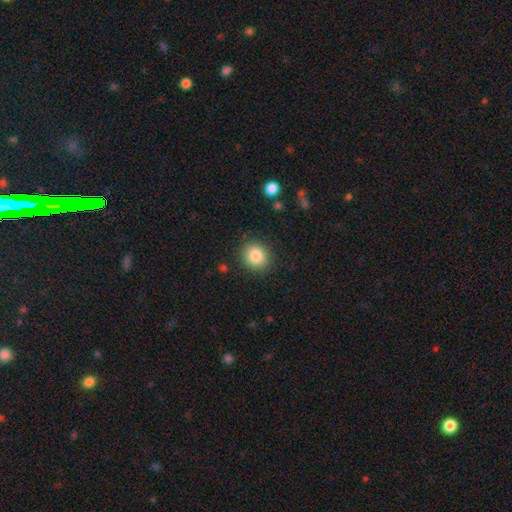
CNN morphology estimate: Smooth or featured?
  - smooth: 85% *
  - star or artifact: 9%
  - featured or disk: 6%
How rounded?
  - round: 80% *
  - in between: 19%
  - cigar-shaped: 1%
Merging?
  - none: 89% *
  - minor disturbance: 8%
  - major disturbance: 3%
  - merger: 1%